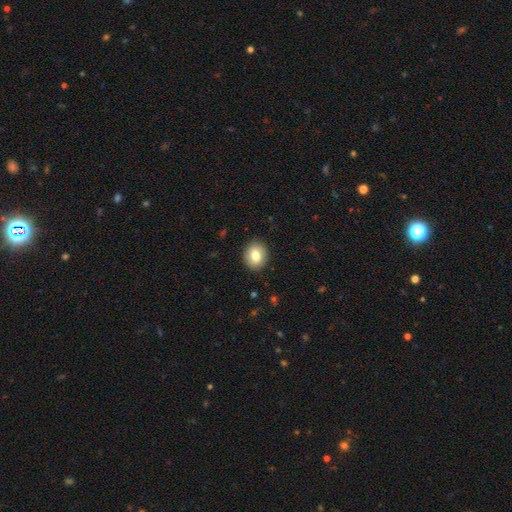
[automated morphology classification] A smooth galaxy with no disk features (77%) that is round (67%).

Vote fractions:
- Smooth or featured? smooth: 77% / featured or disk: 15% / star or artifact: 8%
- How rounded? round: 67% / in between: 32% / cigar-shaped: 1%
- Merging? none: 89% / minor disturbance: 8% / major disturbance: 2% / merger: 1%